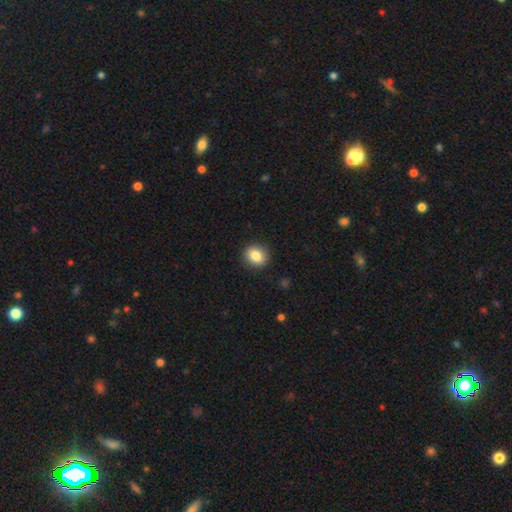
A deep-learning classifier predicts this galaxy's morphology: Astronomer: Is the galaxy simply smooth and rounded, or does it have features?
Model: smooth — 84%.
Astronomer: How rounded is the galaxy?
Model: round — 72%.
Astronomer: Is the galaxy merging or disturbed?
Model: none — 91%.